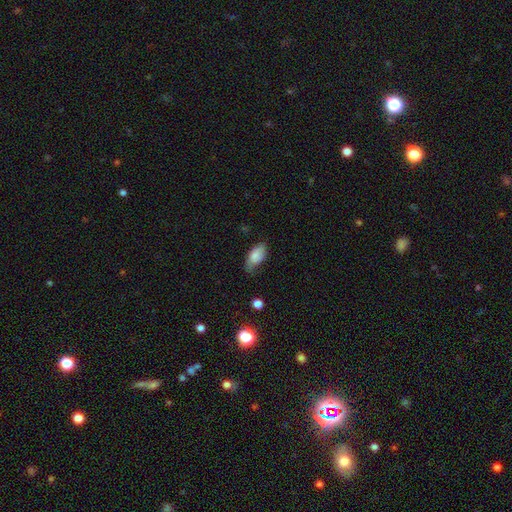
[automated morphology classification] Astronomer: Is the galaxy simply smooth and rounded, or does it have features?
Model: smooth — 76%.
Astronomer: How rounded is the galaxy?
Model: in between — 92%.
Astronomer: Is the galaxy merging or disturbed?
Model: none — 52% (runner-up: minor disturbance, 36%).